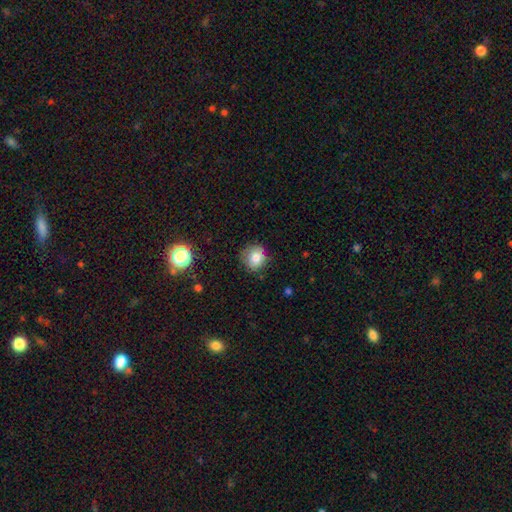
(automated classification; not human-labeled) Smooth or featured? Predicted: smooth (p=0.75). How rounded? Predicted: round (p=0.85). Merging? Predicted: none (p=0.80).